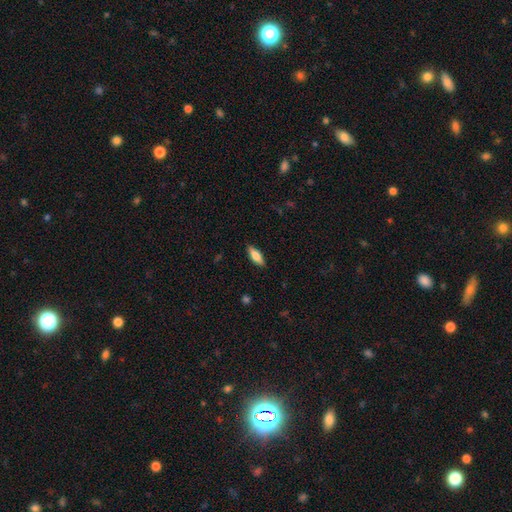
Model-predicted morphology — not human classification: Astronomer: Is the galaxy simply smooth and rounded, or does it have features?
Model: smooth — 69%.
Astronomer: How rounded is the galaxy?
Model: in between — 65%.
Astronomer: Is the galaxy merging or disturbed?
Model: none — 89%.